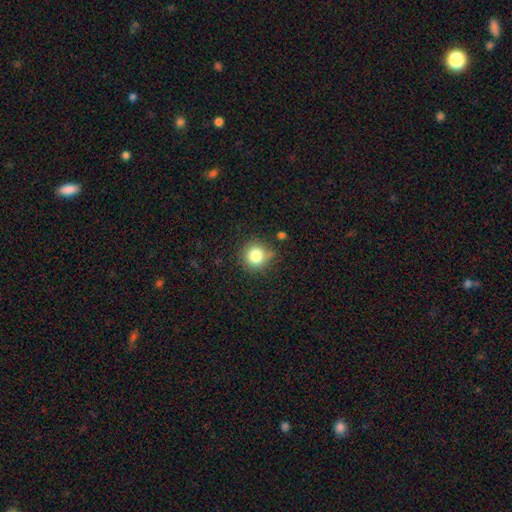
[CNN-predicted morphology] This appears to be a smooth galaxy with no disk features (82%) that is round (92%). Merging: none (78%).